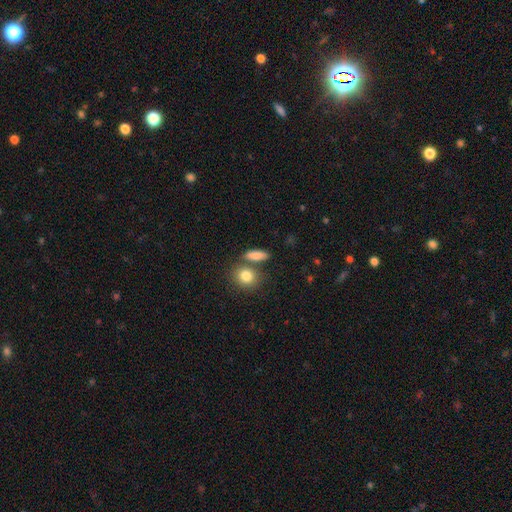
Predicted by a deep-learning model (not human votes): Smooth or featured? smooth (83%)
How rounded? in between (57%)
Merging? none (65%)